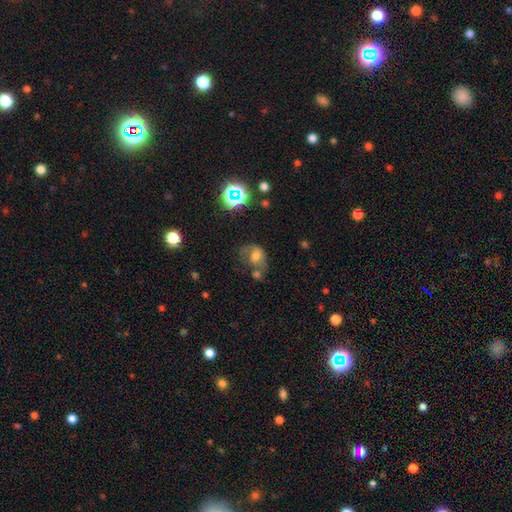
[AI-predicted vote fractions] A smooth galaxy with no disk features (50%) that is in between round and cigar-shaped (54%). Merging: none (33%).